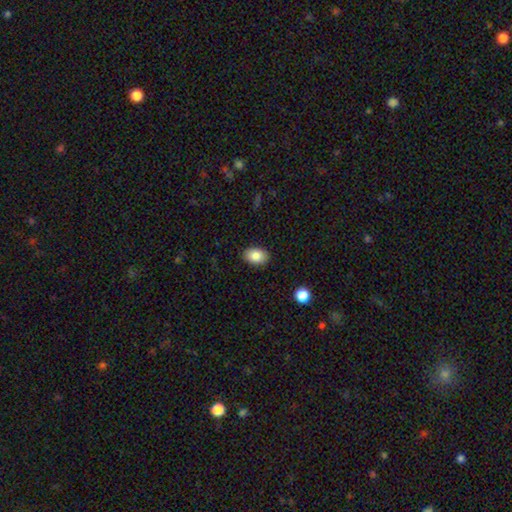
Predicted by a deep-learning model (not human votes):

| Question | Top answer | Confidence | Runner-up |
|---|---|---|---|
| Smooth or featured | smooth | 86% | star or artifact (8%) |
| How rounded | in between | 84% | round (15%) |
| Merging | none | 88% | minor disturbance (8%) |